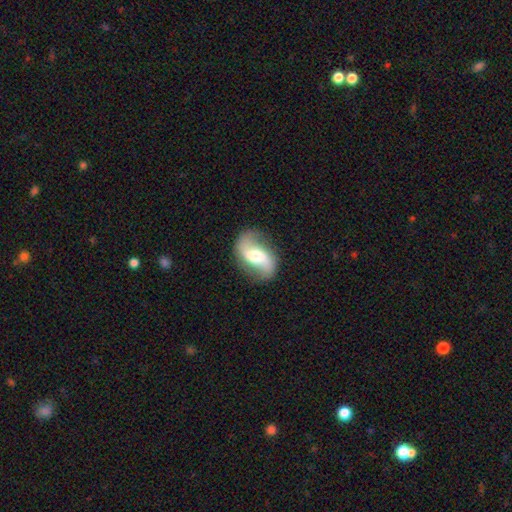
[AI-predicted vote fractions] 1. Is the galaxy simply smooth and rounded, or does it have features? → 79% featured or disk, 15% smooth, 6% star or artifact.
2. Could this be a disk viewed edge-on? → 96% no, 4% yes.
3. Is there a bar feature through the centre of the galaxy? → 40% weak, 31% no, 29% strong.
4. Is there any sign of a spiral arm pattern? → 93% yes, 7% no.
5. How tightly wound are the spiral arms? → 73% loose, 21% medium, 6% tight.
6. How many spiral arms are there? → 93% 2, 2% can't tell, 2% 1, 1% 3, 1% 4, 1% more than 4.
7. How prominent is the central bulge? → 60% moderate, 24% small, 13% large, 2% dominant, 2% none.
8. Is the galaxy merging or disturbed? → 82% none, 12% minor disturbance, 5% major disturbance, 1% merger.